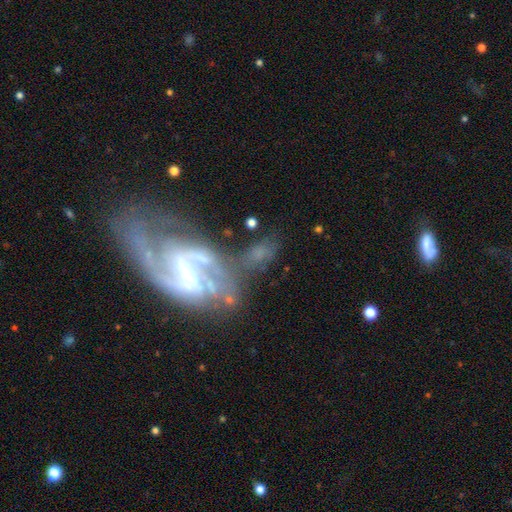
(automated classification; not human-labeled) A featured or disk galaxy (86%) with a strong bar (49%), 2 (71%) medium (48%) spiral arms (92%) and a small central bulge (50%). Merging: none (41%).